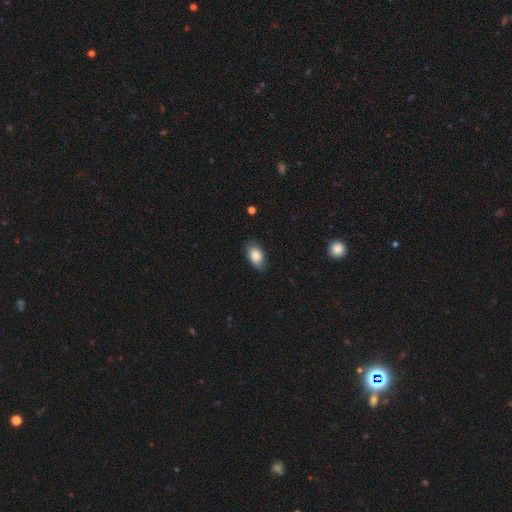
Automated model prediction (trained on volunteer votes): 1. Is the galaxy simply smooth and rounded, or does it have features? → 84% smooth, 9% featured or disk, 7% star or artifact.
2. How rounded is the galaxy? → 91% in between, 7% round, 2% cigar-shaped.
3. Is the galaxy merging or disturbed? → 76% none, 19% minor disturbance, 3% major disturbance, 1% merger.